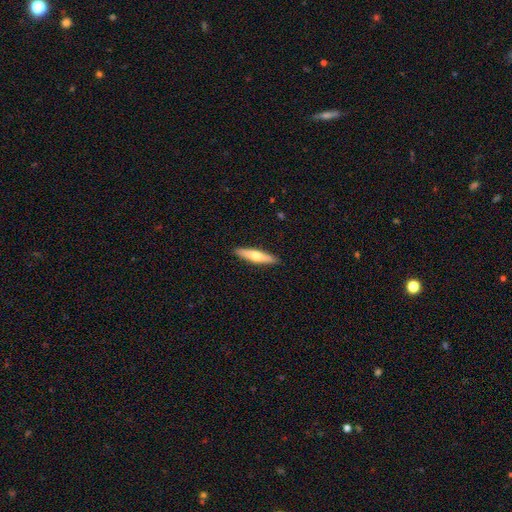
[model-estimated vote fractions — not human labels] Smooth or featured? smooth (55%)
How rounded? cigar-shaped (82%)
Merging? none (91%)